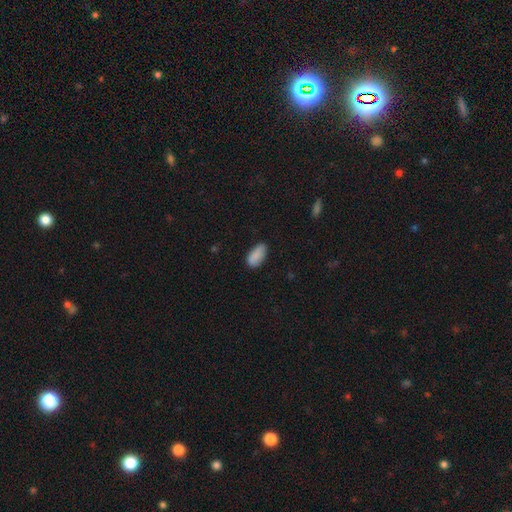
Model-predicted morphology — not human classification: smooth 89%, star or artifact 7%, featured or disk 4%. Down the decision tree: how rounded — in between (91%); merging — none (77%).